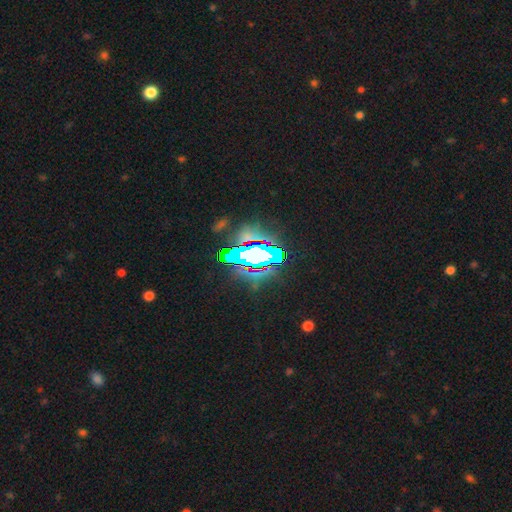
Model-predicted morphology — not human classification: A star or artifact, not a galaxy (66%).

Vote fractions:
- Smooth or featured? star or artifact: 66% / featured or disk: 19% / smooth: 15%